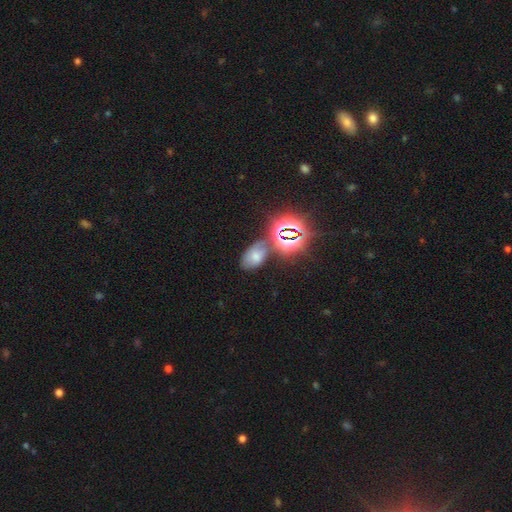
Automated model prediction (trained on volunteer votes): smooth_or_featured: smooth (p=0.50) [alt: star or artifact p=0.33]
how_rounded: in between (p=0.87) [alt: round p=0.11]
merging: none (p=0.52) [alt: minor disturbance p=0.23]